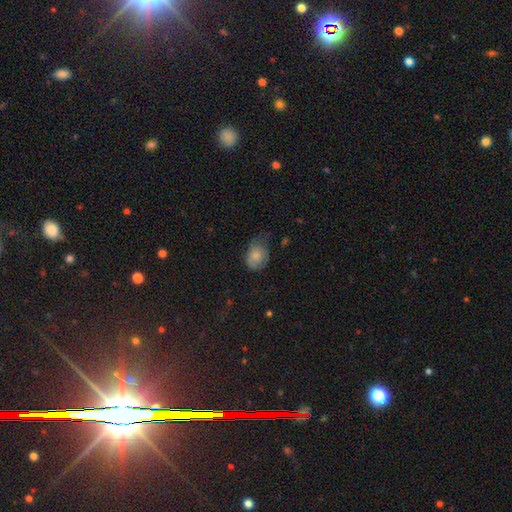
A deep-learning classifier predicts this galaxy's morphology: smooth_or_featured: smooth (p=0.78) [alt: featured or disk p=0.14]
how_rounded: in between (p=0.67) [alt: round p=0.32]
merging: minor disturbance (p=0.41) [alt: none p=0.37]